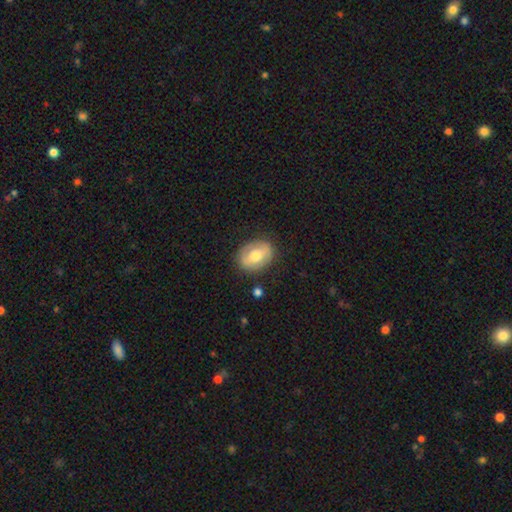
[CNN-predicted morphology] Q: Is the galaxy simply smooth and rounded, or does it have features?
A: smooth — 57%.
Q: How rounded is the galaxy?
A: in between — 63%.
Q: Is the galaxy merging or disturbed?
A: none — 83%.